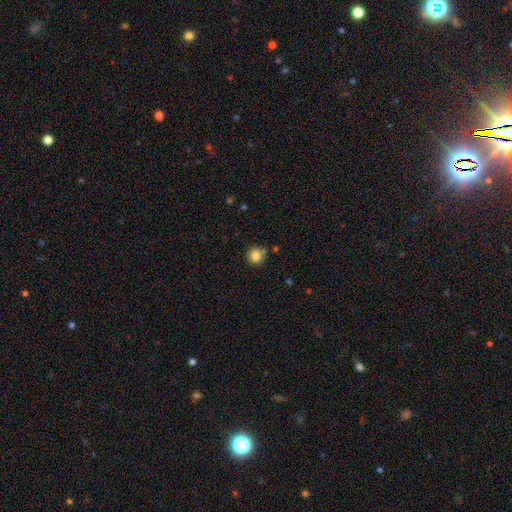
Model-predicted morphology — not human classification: smooth_or_featured: smooth (p=0.84) [alt: star or artifact p=0.11]
how_rounded: round (p=0.91) [alt: in between p=0.08]
merging: none (p=0.79) [alt: minor disturbance p=0.12]